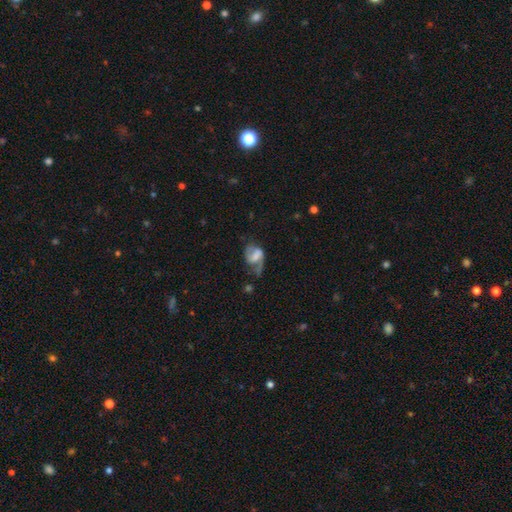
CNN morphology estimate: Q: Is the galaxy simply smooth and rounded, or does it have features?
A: featured or disk — 65%.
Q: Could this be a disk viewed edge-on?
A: no — 97%.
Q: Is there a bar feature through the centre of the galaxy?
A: weak — 43%.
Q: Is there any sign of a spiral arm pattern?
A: yes — 81%.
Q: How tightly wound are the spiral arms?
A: medium — 43%.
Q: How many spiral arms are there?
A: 2 — 67%.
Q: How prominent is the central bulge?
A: none — 35%.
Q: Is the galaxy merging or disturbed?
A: none — 34%, tied with major disturbance.